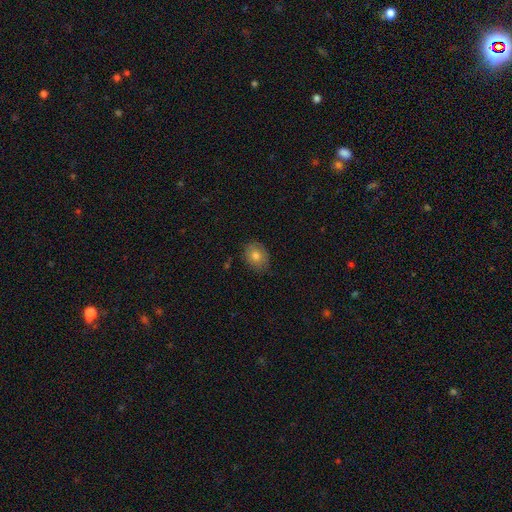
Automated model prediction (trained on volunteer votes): Smooth or featured? smooth (78%)
How rounded? in between (54%)
Merging? none (80%)